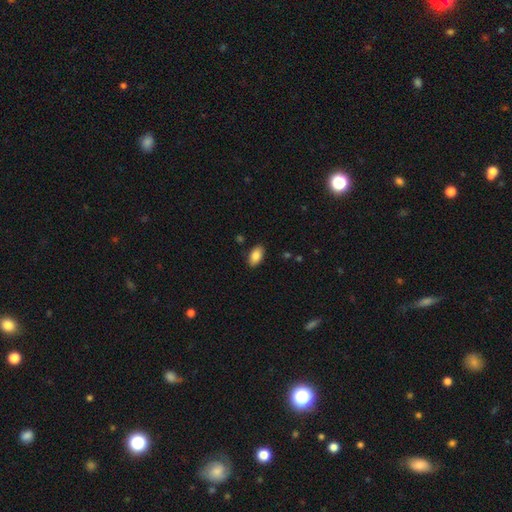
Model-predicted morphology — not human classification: The model was most divided on "smooth or featured": smooth: 85%, featured or disk: 7%, star or artifact: 7%. More confident: how rounded — in between (94%); merging — none (88%).